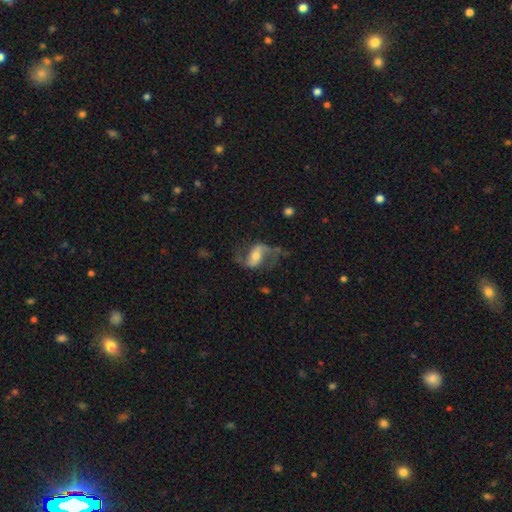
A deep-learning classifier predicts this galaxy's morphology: Smooth or featured? featured or disk (84%)
Edge-on disk? no (96%)
Bar? weak (40%)
Spiral arms? yes (94%)
Spiral winding? loose (64%)
Spiral arm count? 2 (91%)
Bulge size? moderate (52%)
Merging? none (69%)